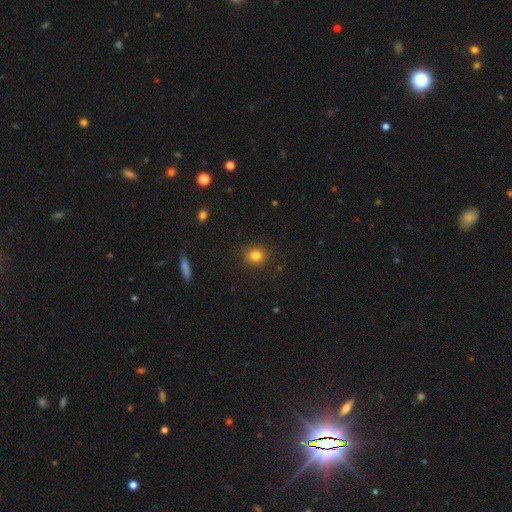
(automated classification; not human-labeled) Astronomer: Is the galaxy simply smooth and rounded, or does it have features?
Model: smooth — 82%.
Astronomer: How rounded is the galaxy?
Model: round — 86%.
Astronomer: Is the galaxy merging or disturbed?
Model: none — 89%.